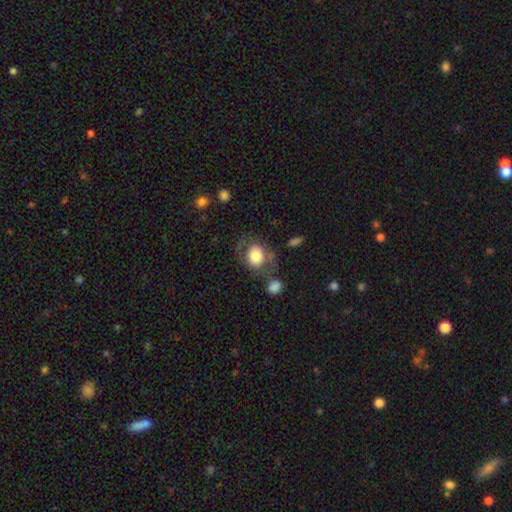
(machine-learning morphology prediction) Overall: smooth (69%). How rounded: round (60%; in between 39%). Merging: none (57%; minor disturbance 19%).